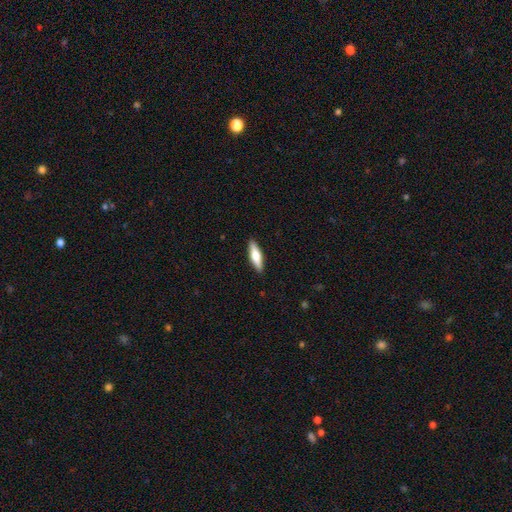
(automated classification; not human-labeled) smooth-or-featured: smooth: 57% | featured or disk: 38% | star or artifact: 5%
  how-rounded: cigar-shaped: 62% | in between: 36% | round: 2%
  merging: none: 91% | minor disturbance: 7% | major disturbance: 1% | merger: 1%